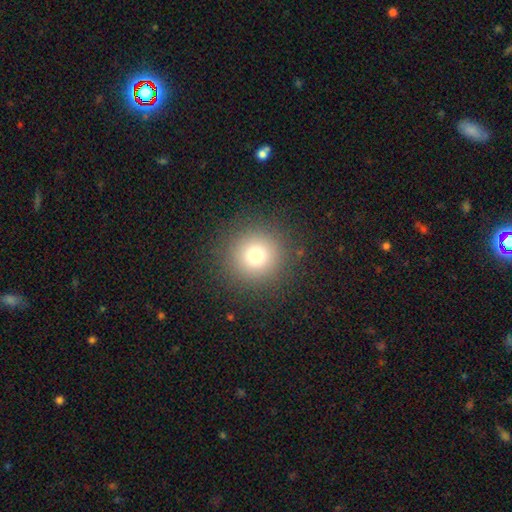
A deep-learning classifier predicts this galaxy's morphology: smooth 75%, star or artifact 16%, featured or disk 9%. Down the decision tree: how rounded — round (95%); merging — none (89%).